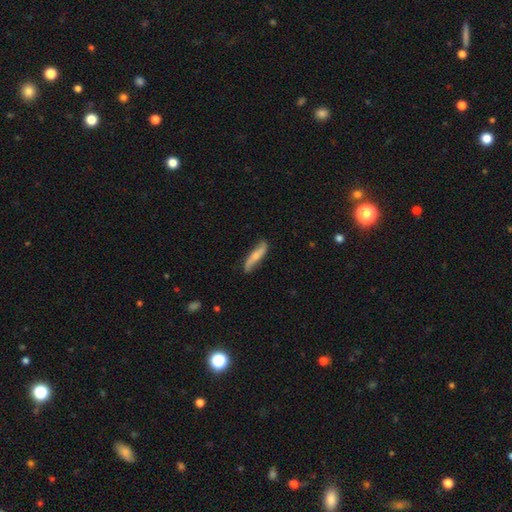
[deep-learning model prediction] Q: Smooth or featured?
A: featured or disk (48%); runner-up: smooth (46%)
Q: Merging?
A: none (78%); runner-up: minor disturbance (17%)